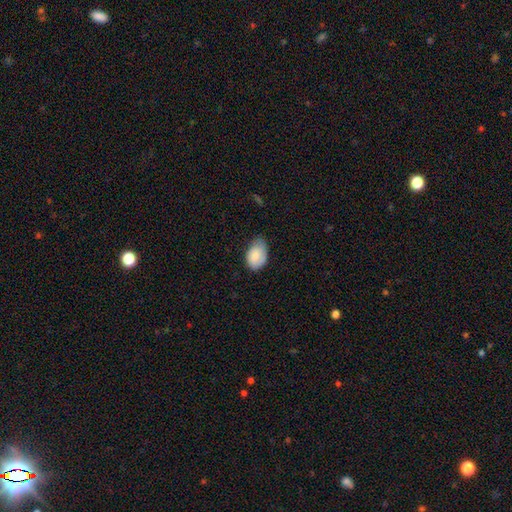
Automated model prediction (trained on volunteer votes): A smooth galaxy with no disk features (82%) that is in between round and cigar-shaped (89%).

Vote fractions:
- Smooth or featured? smooth: 82% / featured or disk: 12% / star or artifact: 6%
- How rounded? in between: 89% / round: 10% / cigar-shaped: 1%
- Merging? none: 55% / minor disturbance: 38% / major disturbance: 7% / merger: 1%